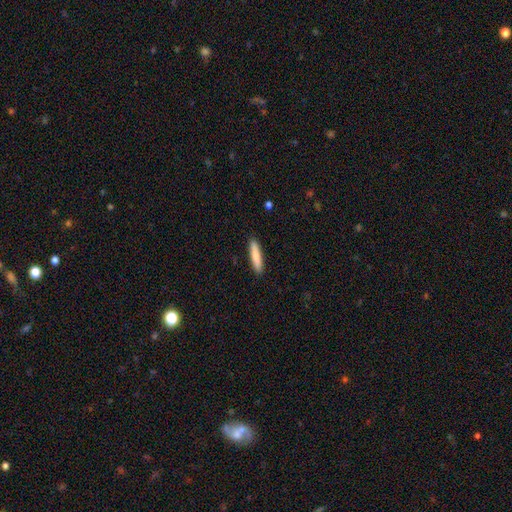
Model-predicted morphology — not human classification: Smooth or featured?
  - smooth: 83% *
  - featured or disk: 12%
  - star or artifact: 5%
How rounded?
  - cigar-shaped: 87% *
  - in between: 12%
  - round: 1%
Merging?
  - none: 91% *
  - minor disturbance: 6%
  - major disturbance: 1%
  - merger: 1%